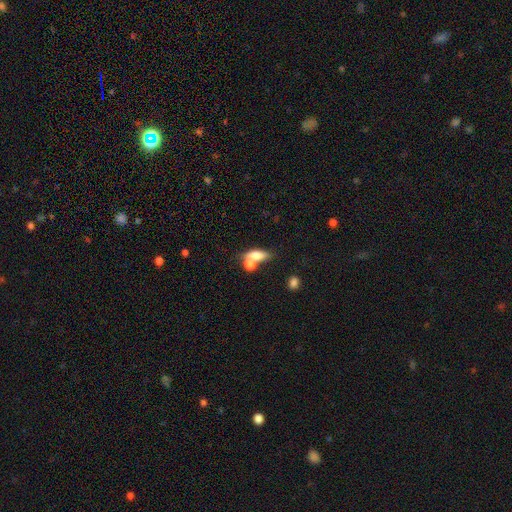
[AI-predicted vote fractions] smooth_or_featured: smooth (p=0.71) [alt: featured or disk p=0.20]
how_rounded: in between (p=0.67) [alt: cigar-shaped p=0.21]
merging: merger (p=0.48) [alt: none p=0.34]